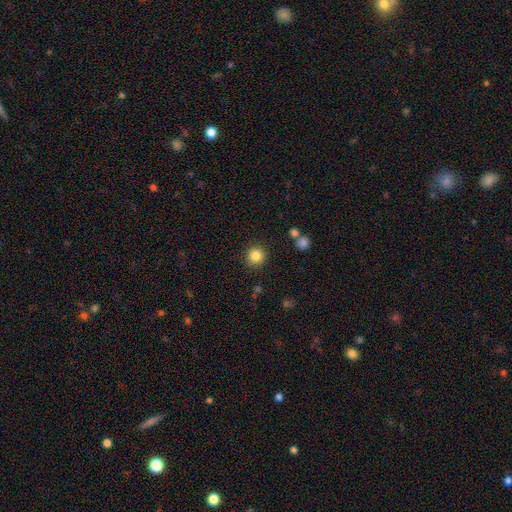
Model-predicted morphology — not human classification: Smooth or featured?
  - smooth: 85% *
  - star or artifact: 11%
  - featured or disk: 5%
How rounded?
  - round: 94% *
  - in between: 5%
  - cigar-shaped: 1%
Merging?
  - none: 89% *
  - minor disturbance: 7%
  - major disturbance: 2%
  - merger: 2%